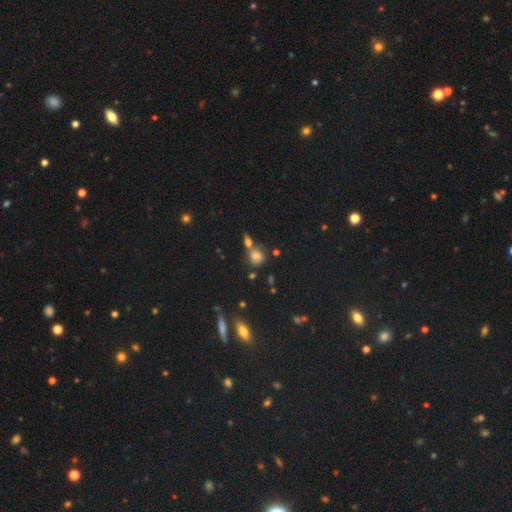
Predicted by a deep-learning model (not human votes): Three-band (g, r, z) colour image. It shows a smooth galaxy with no disk features (72%) that is round (72%). Merging: none (53%).